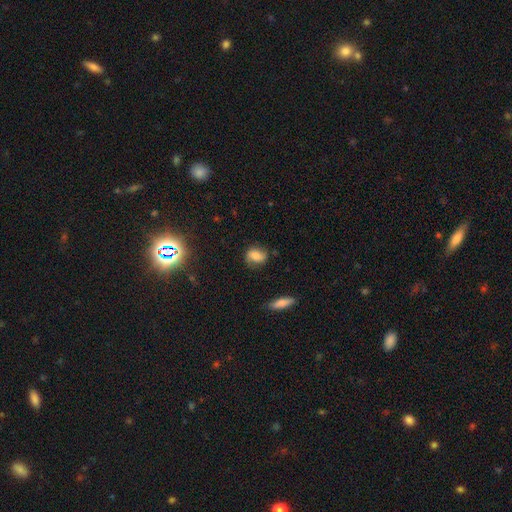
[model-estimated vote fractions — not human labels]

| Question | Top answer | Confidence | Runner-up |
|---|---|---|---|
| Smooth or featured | smooth | 67% | featured or disk (23%) |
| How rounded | in between | 63% | round (34%) |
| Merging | none | 72% | minor disturbance (20%) |